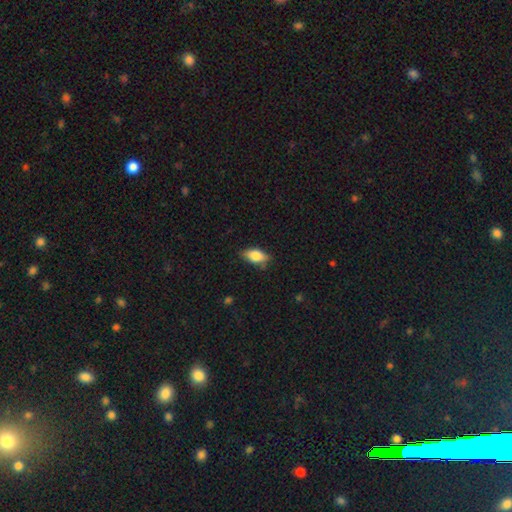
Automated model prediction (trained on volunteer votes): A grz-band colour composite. It shows a smooth galaxy with no disk features (78%) that is in between round and cigar-shaped (86%). Merging: none (75%).